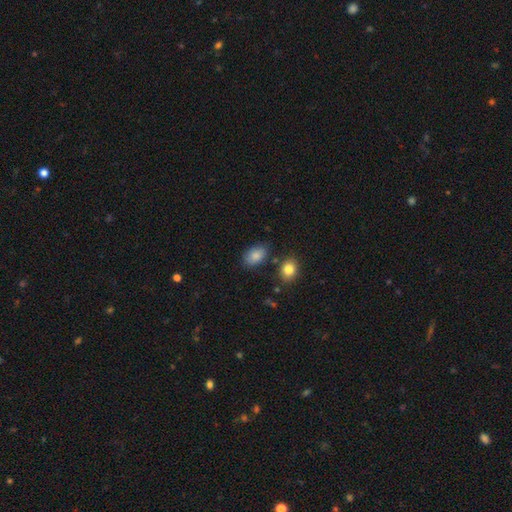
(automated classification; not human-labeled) The model was most divided on "merging": none: 76%, minor disturbance: 16%, merger: 5%, major disturbance: 4%. More confident: how rounded — in between (89%); smooth or featured — smooth (85%).